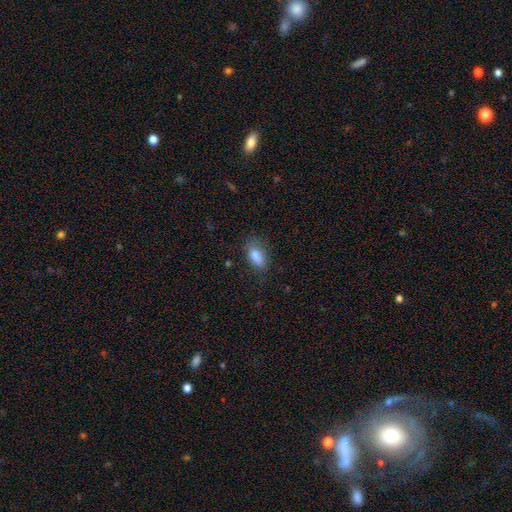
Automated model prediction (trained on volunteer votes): Q: Smooth or featured?
A: smooth (83%); runner-up: star or artifact (9%)
Q: How rounded?
A: in between (87%); runner-up: cigar-shaped (8%)
Q: Merging?
A: none (68%); runner-up: minor disturbance (23%)